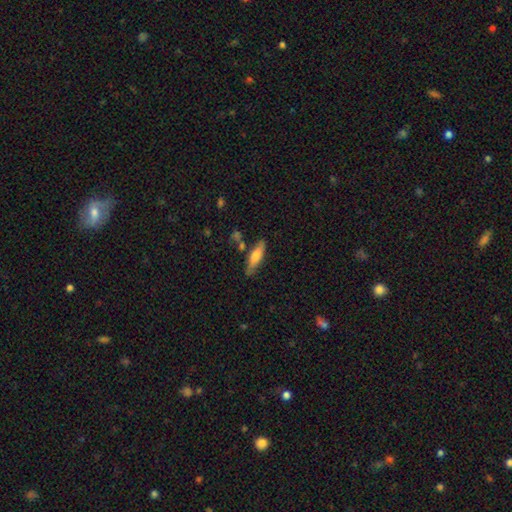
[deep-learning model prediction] This appears to be a smooth galaxy with no disk features (68%) that is cigar-shaped (59%). Merging: none (74%).